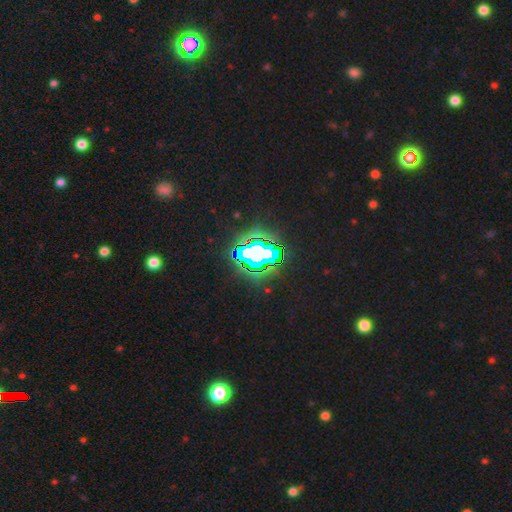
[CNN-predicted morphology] The model was most divided on "smooth or featured": star or artifact: 84%, smooth: 10%, featured or disk: 6%.